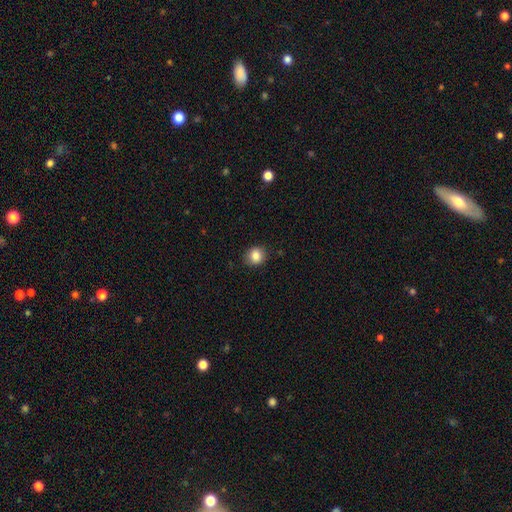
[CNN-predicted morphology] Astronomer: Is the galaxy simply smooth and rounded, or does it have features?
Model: smooth — 85%.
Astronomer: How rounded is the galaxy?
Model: round — 73%.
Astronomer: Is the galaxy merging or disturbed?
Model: none — 87%.